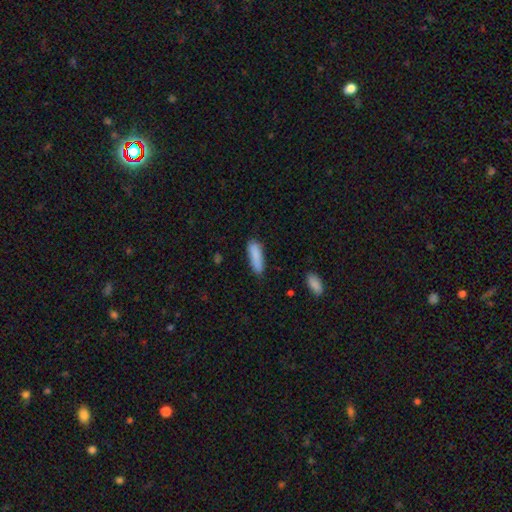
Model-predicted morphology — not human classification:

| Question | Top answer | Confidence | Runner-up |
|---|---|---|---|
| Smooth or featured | smooth | 87% | featured or disk (7%) |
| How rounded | cigar-shaped | 58% | in between (41%) |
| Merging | none | 79% | minor disturbance (16%) |